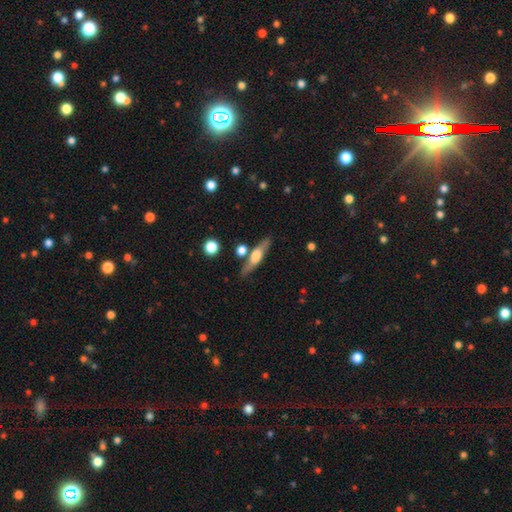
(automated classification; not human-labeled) A featured or disk galaxy (55%) viewed edge-on (89%).

Vote fractions:
- Smooth or featured? featured or disk: 55% / smooth: 39% / star or artifact: 7%
- Edge-on disk? yes: 89% / no: 11%
- Merging? none: 77% / minor disturbance: 12% / merger: 8% / major disturbance: 3%